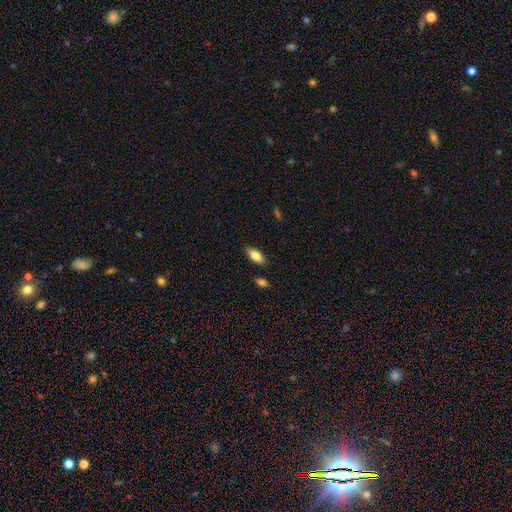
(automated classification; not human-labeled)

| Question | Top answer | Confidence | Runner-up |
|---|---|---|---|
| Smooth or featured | smooth | 82% | featured or disk (11%) |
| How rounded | in between | 88% | cigar-shaped (10%) |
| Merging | none | 84% | minor disturbance (11%) |